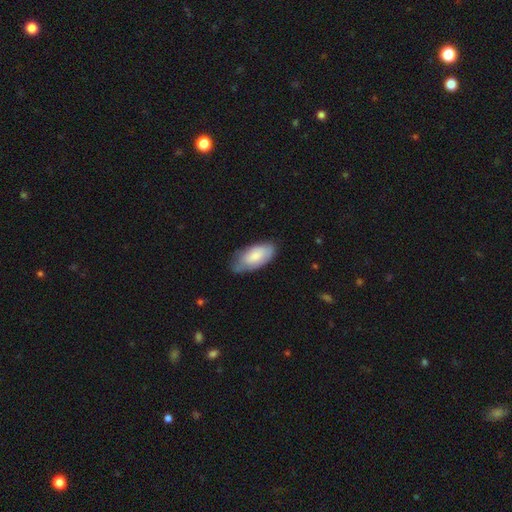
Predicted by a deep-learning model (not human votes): The model was most divided on "merging": none: 61%, minor disturbance: 31%, major disturbance: 7%, merger: 2%. More confident: how rounded — in between (93%); smooth or featured — smooth (75%).